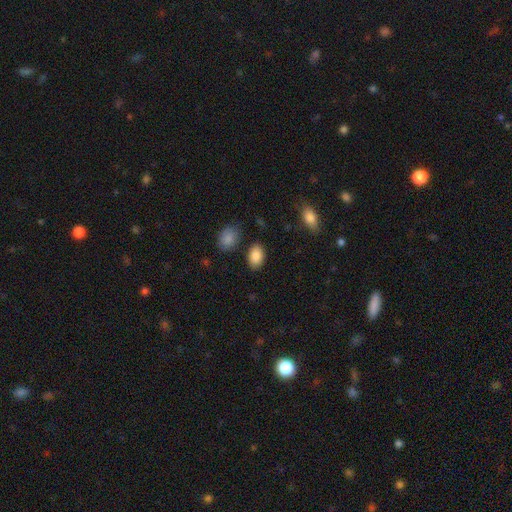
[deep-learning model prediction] A smooth galaxy with no disk features (88%) that is in between round and cigar-shaped (89%).

Vote fractions:
- Smooth or featured? smooth: 88% / star or artifact: 7% / featured or disk: 5%
- How rounded? in between: 89% / round: 10% / cigar-shaped: 1%
- Merging? none: 85% / minor disturbance: 10% / merger: 3% / major disturbance: 3%